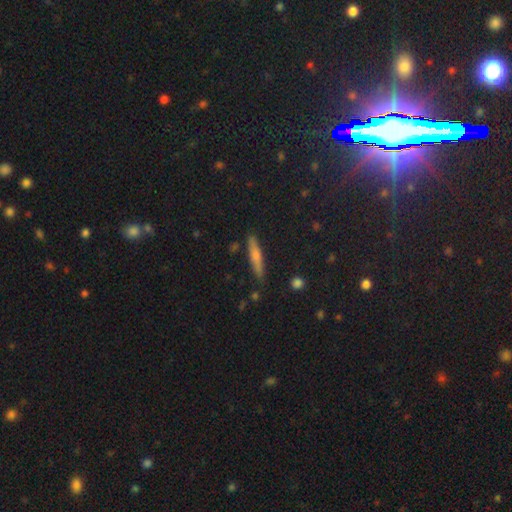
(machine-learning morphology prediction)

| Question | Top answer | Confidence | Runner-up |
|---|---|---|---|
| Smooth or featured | smooth | 62% | featured or disk (30%) |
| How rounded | cigar-shaped | 90% | in between (8%) |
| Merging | none | 85% | minor disturbance (11%) |